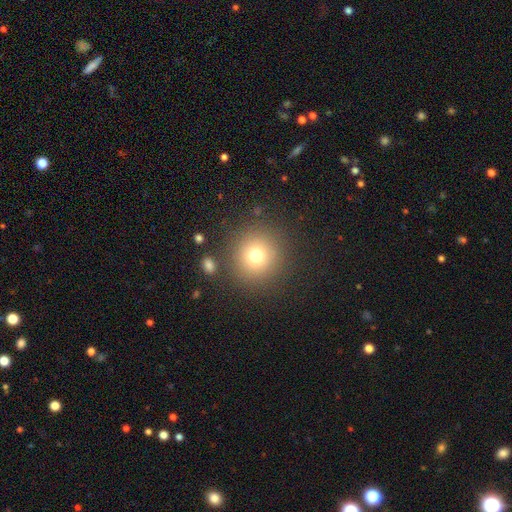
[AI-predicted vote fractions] smooth_or_featured: smooth (p=0.75) [alt: star or artifact p=0.15]
how_rounded: round (p=0.94) [alt: in between p=0.05]
merging: none (p=0.86) [alt: minor disturbance p=0.07]